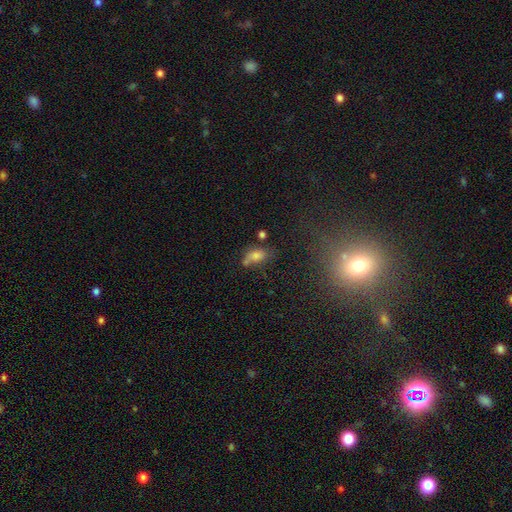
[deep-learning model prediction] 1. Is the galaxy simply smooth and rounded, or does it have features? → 62% smooth, 19% star or artifact, 19% featured or disk.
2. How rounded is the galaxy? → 79% in between, 16% round, 6% cigar-shaped.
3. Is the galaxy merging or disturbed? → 49% none, 23% minor disturbance, 15% merger, 13% major disturbance.